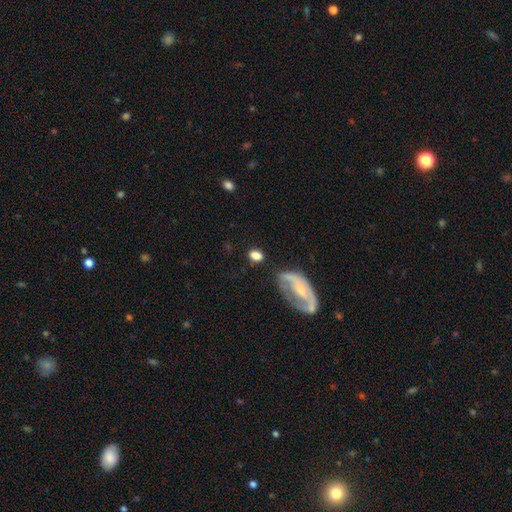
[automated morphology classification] A smooth galaxy with no disk features (76%) that is in between round and cigar-shaped (70%). Merging: none (70%).